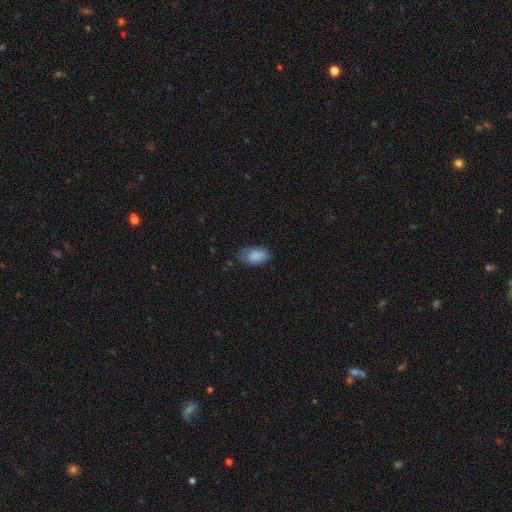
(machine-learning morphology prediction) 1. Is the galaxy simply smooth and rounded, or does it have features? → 86% smooth, 7% star or artifact, 7% featured or disk.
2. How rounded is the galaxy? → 93% in between, 5% round, 2% cigar-shaped.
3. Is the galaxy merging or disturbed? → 64% none, 28% minor disturbance, 6% major disturbance, 1% merger.